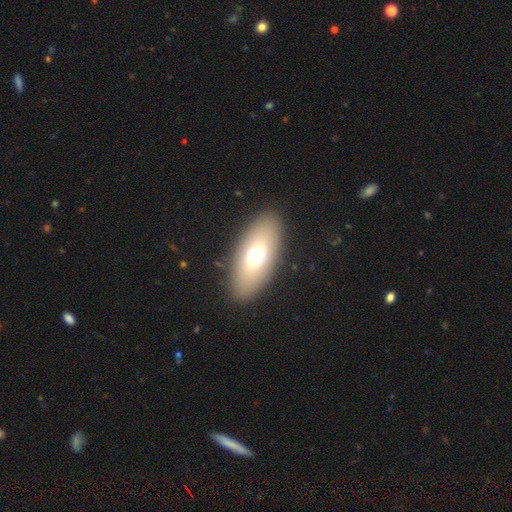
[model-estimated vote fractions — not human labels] smooth-or-featured: smooth: 66% | featured or disk: 25% | star or artifact: 9%
  how-rounded: in between: 86% | cigar-shaped: 9% | round: 6%
  merging: none: 88% | minor disturbance: 7% | major disturbance: 4% | merger: 1%